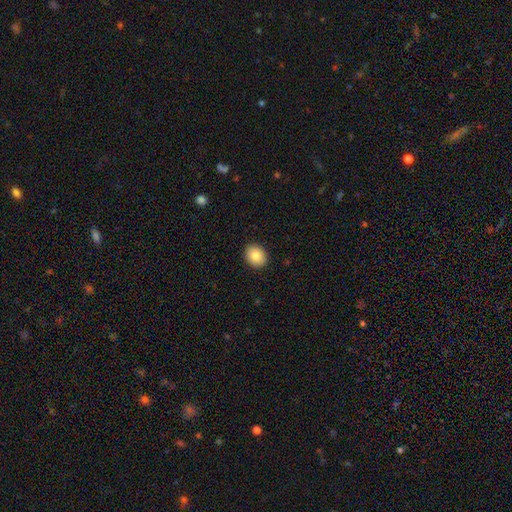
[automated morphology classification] A smooth galaxy with no disk features (85%) that is round (54%). Merging: none (91%).